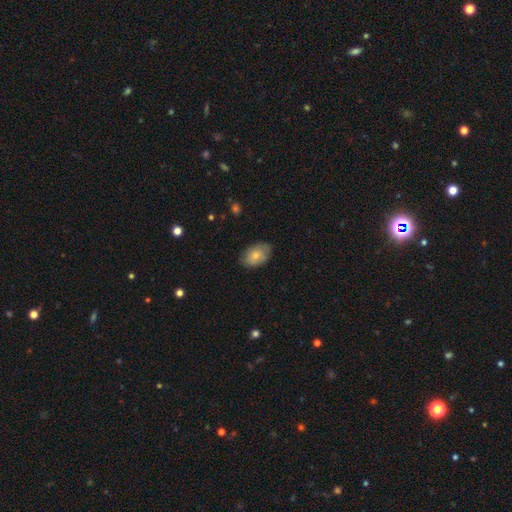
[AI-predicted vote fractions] This appears to be a smooth galaxy with no disk features (74%) that is in between round and cigar-shaped (88%). Merging: none (79%).